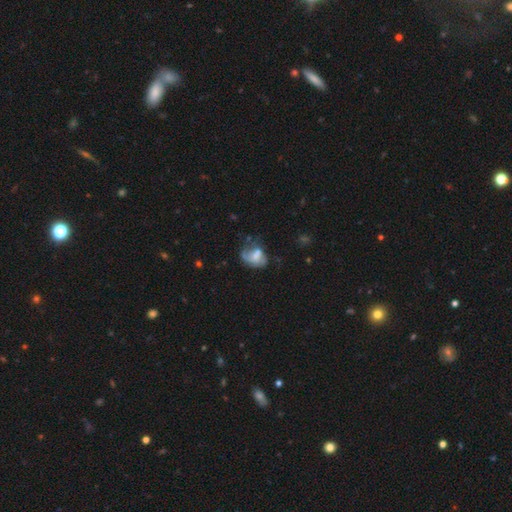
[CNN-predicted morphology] Q: Smooth or featured?
A: featured or disk (46%); runner-up: smooth (44%)
Q: Merging?
A: major disturbance (34%); runner-up: none (31%)